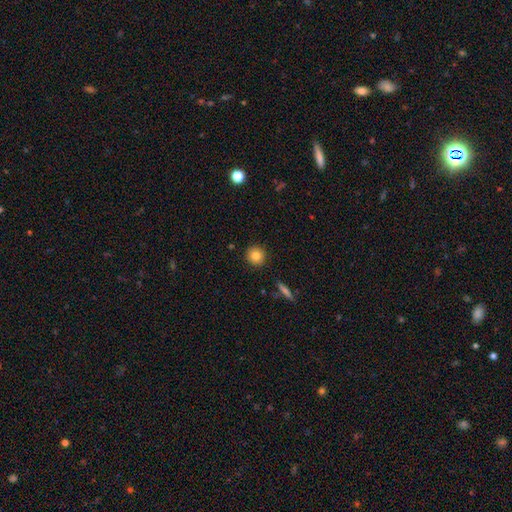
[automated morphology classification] A smooth galaxy with no disk features (83%) that is round (93%).

Vote fractions:
- Smooth or featured? smooth: 83% / star or artifact: 10% / featured or disk: 7%
- How rounded? round: 93% / in between: 6% / cigar-shaped: 1%
- Merging? none: 91% / minor disturbance: 5% / major disturbance: 2% / merger: 1%